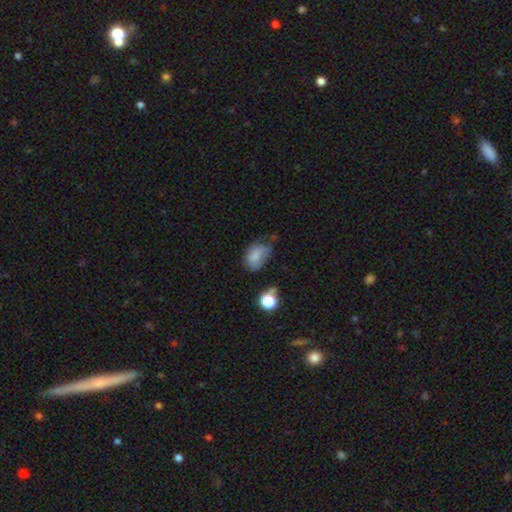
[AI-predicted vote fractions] Smooth or featured: smooth — 70% (featured or disk — 19%)
How rounded: in between — 77% (round — 22%)
Merging: minor disturbance — 39% (none — 37%)